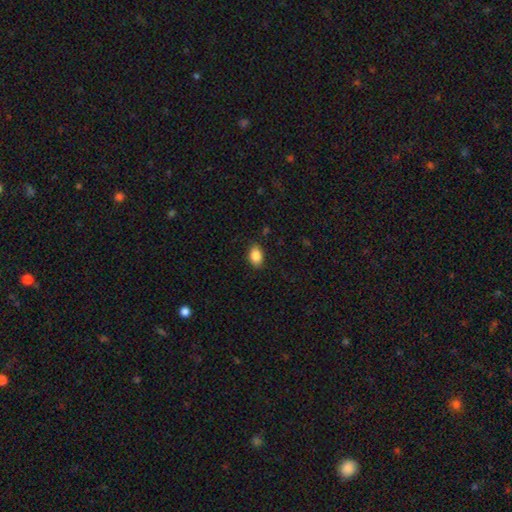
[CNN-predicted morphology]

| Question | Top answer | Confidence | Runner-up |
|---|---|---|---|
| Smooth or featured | smooth | 86% | star or artifact (8%) |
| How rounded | in between | 84% | round (14%) |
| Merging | none | 86% | minor disturbance (10%) |